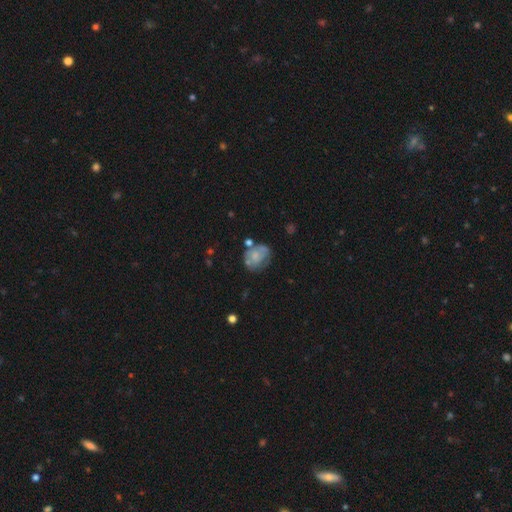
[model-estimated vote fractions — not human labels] A featured or disk galaxy (47%).

Vote fractions:
- Smooth or featured? featured or disk: 47% / smooth: 45% / star or artifact: 8%
- Merging? none: 49% / minor disturbance: 26% / major disturbance: 15% / merger: 10%